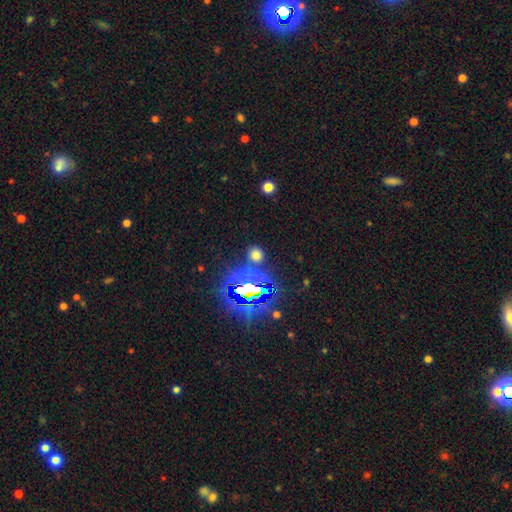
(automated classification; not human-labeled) A smooth galaxy with no disk features (62%) that is round (76%). Merging: none (84%).